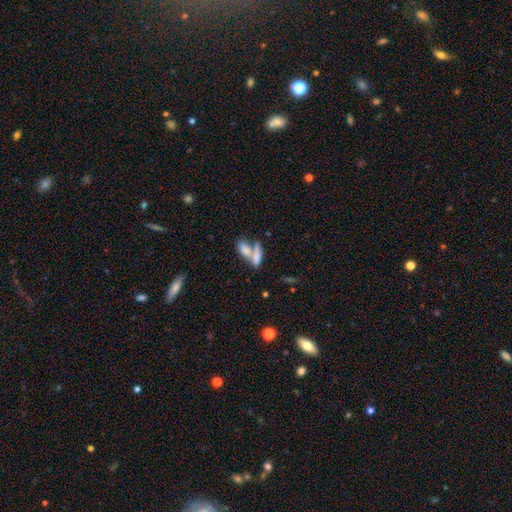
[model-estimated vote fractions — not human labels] Morphology: type=smooth (75%); roundness=in between (72%); merging=merger (63%).